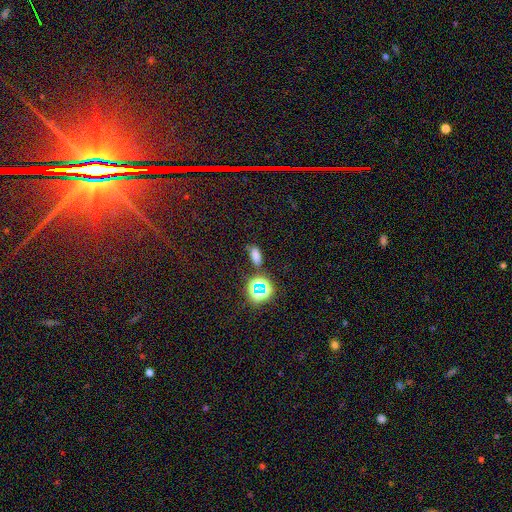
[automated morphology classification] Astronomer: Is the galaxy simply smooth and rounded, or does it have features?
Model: smooth — 67%.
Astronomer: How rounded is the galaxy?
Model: in between — 80%.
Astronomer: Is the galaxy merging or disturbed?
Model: none — 74%.